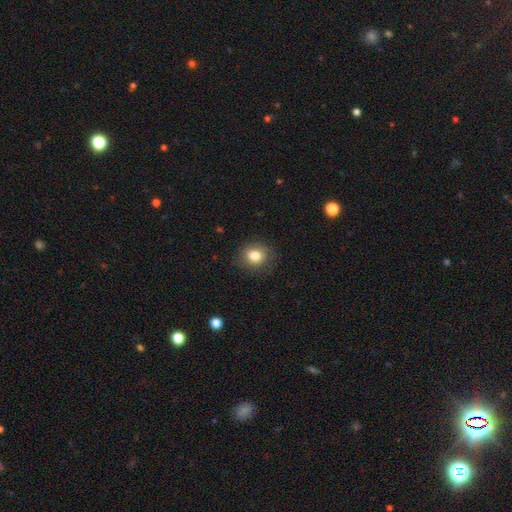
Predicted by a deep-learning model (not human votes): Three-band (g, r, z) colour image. It shows a smooth galaxy with no disk features (82%) that is round (69%). Merging: none (84%).